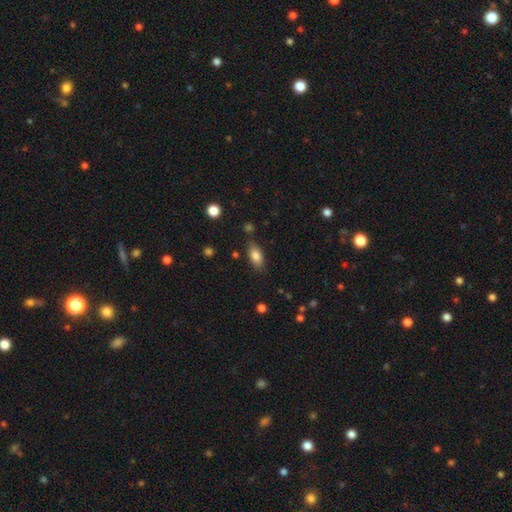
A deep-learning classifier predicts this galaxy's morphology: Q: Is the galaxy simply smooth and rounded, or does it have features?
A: smooth — 83%.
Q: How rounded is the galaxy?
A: in between — 87%.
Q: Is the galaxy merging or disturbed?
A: none — 78%.